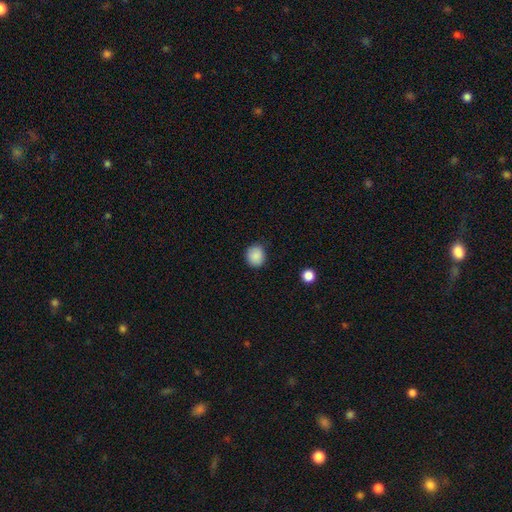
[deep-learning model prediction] This appears to be a smooth galaxy with no disk features (88%) that is round (82%). Merging: none (85%).